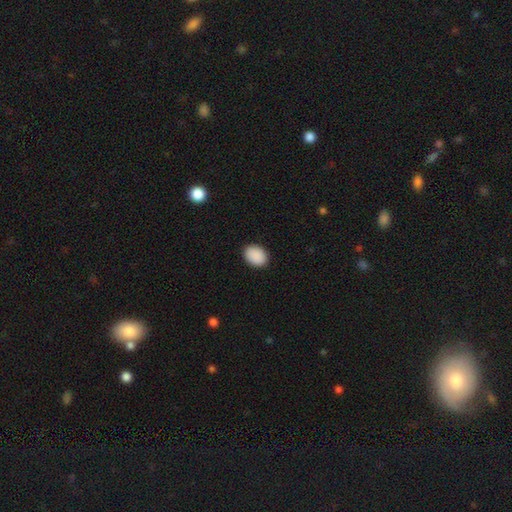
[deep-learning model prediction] Q: Smooth or featured?
A: smooth (90%); runner-up: star or artifact (7%)
Q: How rounded?
A: in between (70%); runner-up: round (30%)
Q: Merging?
A: none (89%); runner-up: minor disturbance (8%)